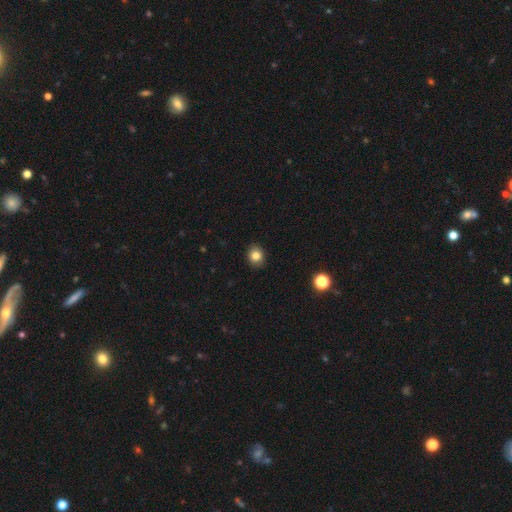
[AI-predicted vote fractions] smooth 83%, star or artifact 11%, featured or disk 6%. Down the decision tree: how rounded — round (69%); merging — none (90%).